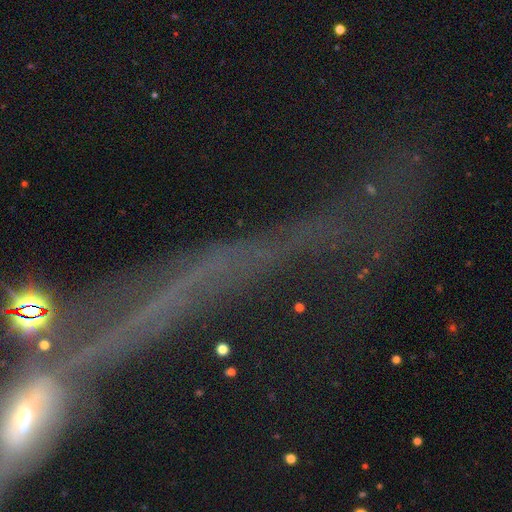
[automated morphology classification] Smooth or featured: featured or disk — 41% (star or artifact — 38%)
Merging: none — 43% (major disturbance — 25%)